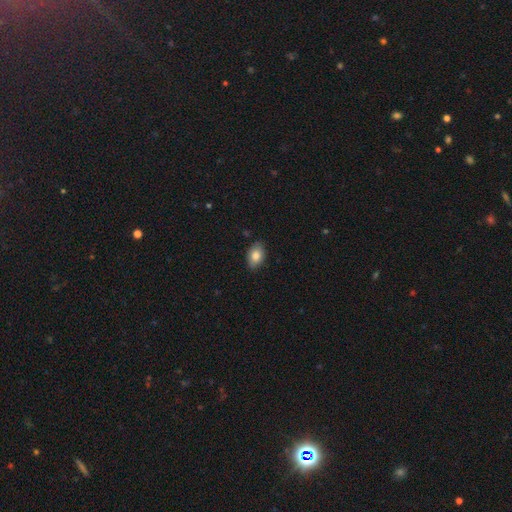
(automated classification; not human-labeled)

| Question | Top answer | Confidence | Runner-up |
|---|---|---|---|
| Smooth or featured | smooth | 83% | featured or disk (10%) |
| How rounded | in between | 89% | round (10%) |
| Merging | none | 86% | minor disturbance (11%) |